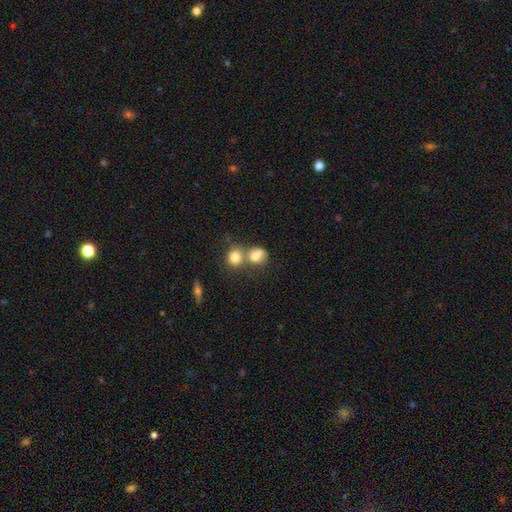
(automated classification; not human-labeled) Overall: smooth (74%). How rounded: round (69%; in between 30%). Merging: merger (56%; none 30%).